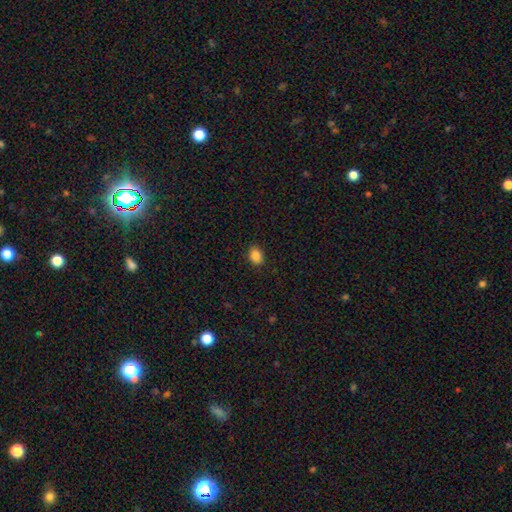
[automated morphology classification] smooth 87%, star or artifact 10%, featured or disk 3%. Down the decision tree: how rounded — in between (69%); merging — none (88%).